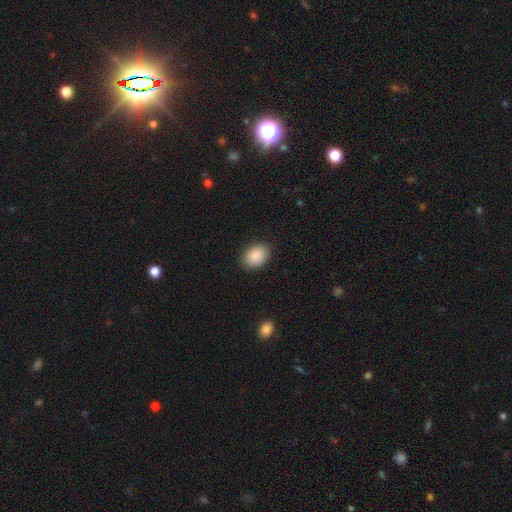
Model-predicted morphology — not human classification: type=smooth (87%); roundness=in between (71%); merging=none (86%).